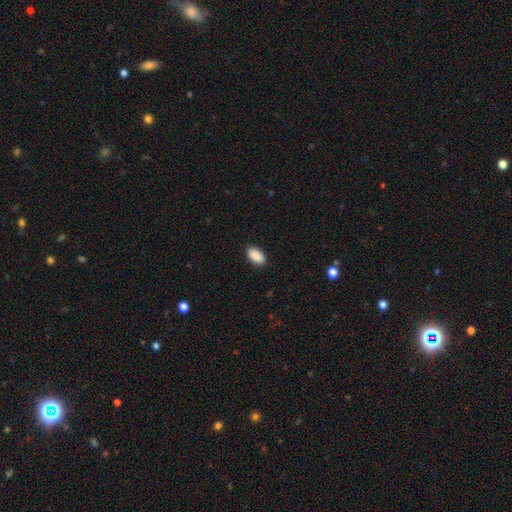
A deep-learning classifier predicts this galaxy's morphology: smooth-or-featured: smooth: 90% | star or artifact: 7% | featured or disk: 3%
  how-rounded: in between: 94% | round: 3% | cigar-shaped: 2%
  merging: none: 88% | minor disturbance: 9% | major disturbance: 2% | merger: 1%